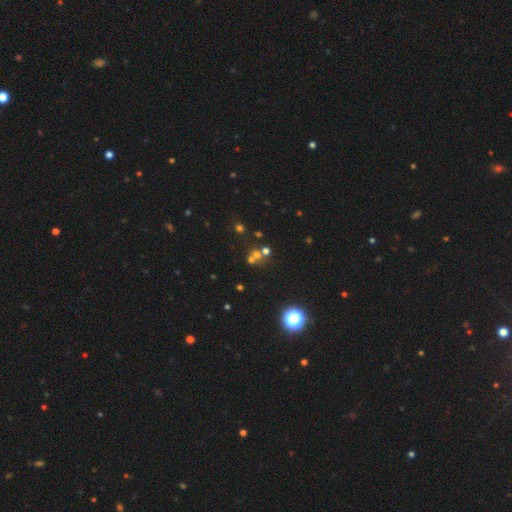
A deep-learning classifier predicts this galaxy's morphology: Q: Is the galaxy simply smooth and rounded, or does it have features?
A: smooth — 44%.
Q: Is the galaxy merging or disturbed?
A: none — 49%.